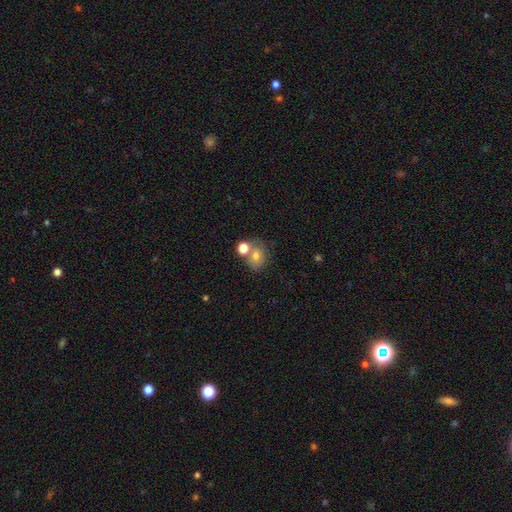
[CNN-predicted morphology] Smooth or featured? Predicted: smooth (p=0.71). How rounded? Predicted: round (p=0.66). Merging? Predicted: none (p=0.43).